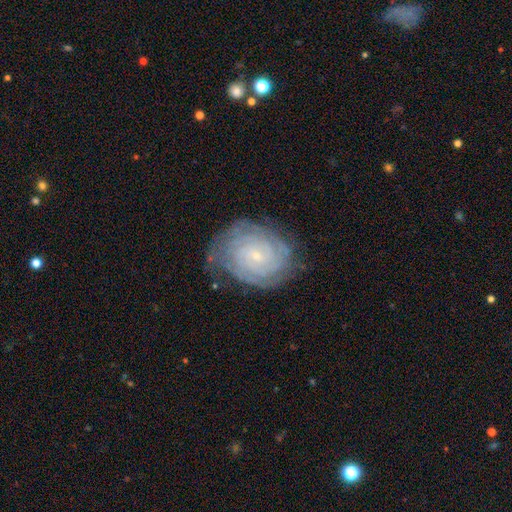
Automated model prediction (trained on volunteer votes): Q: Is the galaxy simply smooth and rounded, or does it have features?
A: featured or disk — 84%.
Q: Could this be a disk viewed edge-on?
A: no — 98%.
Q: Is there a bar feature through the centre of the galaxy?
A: no — 68%.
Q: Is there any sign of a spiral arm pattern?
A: yes — 97%.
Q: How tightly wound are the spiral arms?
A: tight — 84%.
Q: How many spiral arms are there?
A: can't tell — 30%.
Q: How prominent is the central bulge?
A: small — 85%.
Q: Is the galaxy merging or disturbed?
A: none — 76%.